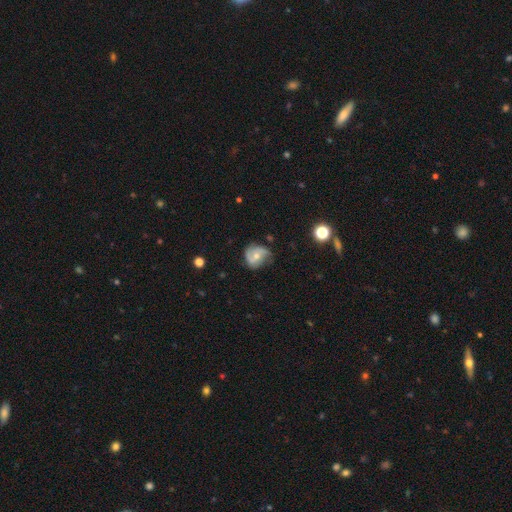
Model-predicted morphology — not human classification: A featured or disk galaxy (62%) with no bar (65%), 2 (50%) medium (43%) spiral arms (85%) and a moderate central bulge (52%). Merging: none (53%).